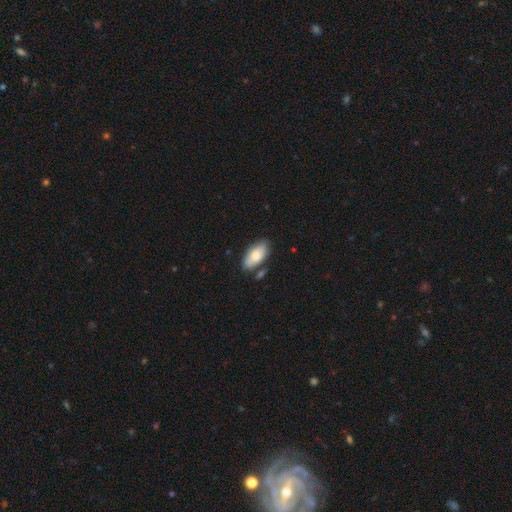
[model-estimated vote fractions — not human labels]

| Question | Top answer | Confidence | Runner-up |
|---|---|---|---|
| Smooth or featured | smooth | 78% | featured or disk (16%) |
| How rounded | in between | 93% | cigar-shaped (4%) |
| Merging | none | 71% | minor disturbance (17%) |